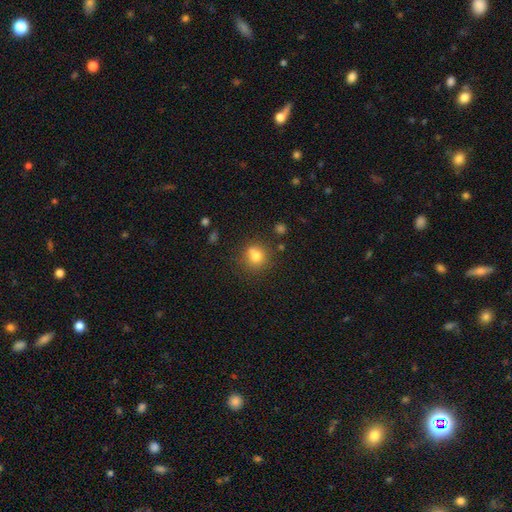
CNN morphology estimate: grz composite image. It shows a smooth galaxy with no disk features (76%) that is round (81%). Merging: none (65%).